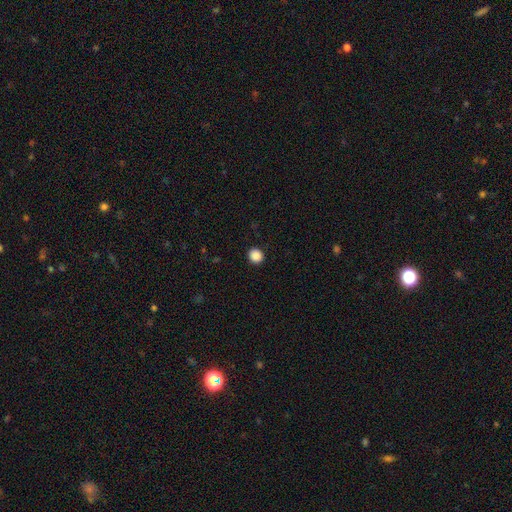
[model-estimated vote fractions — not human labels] Q: Smooth or featured?
A: smooth (88%); runner-up: star or artifact (10%)
Q: How rounded?
A: round (88%); runner-up: in between (11%)
Q: Merging?
A: none (93%); runner-up: minor disturbance (5%)